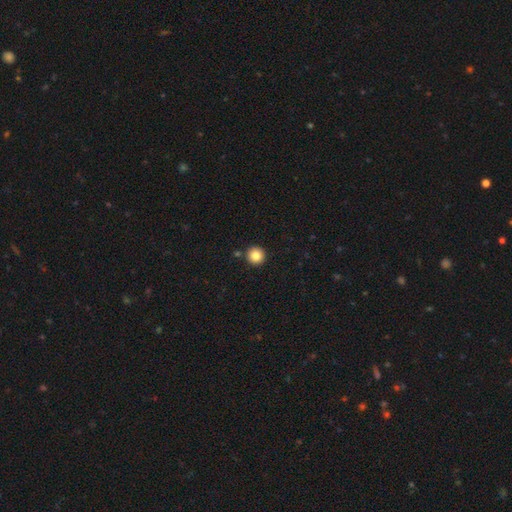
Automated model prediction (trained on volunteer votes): Smooth or featured: smooth — 84% (star or artifact — 10%)
How rounded: round — 96% (in between — 3%)
Merging: none — 89% (minor disturbance — 5%)